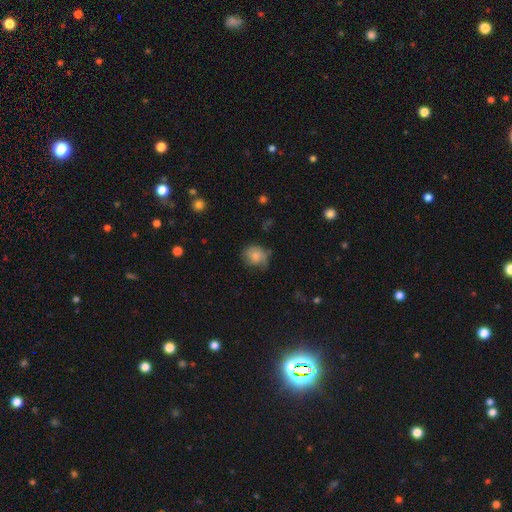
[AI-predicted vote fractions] A smooth galaxy with no disk features (75%) that is round (63%).

Vote fractions:
- Smooth or featured? smooth: 75% / featured or disk: 16% / star or artifact: 9%
- How rounded? round: 63% / in between: 36% / cigar-shaped: 1%
- Merging? none: 52% / minor disturbance: 33% / major disturbance: 13% / merger: 2%